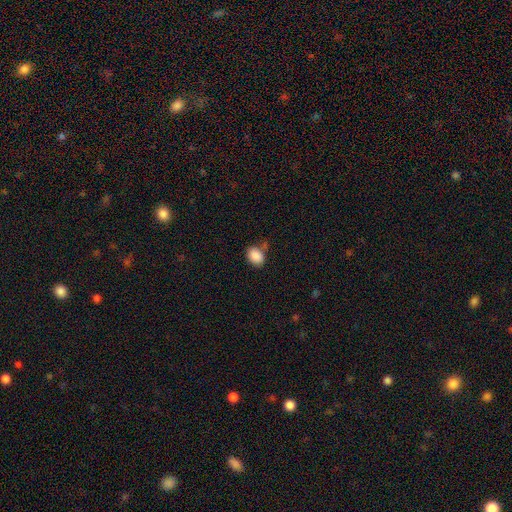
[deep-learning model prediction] A smooth galaxy with no disk features (88%) that is in between round and cigar-shaped (72%).

Vote fractions:
- Smooth or featured? smooth: 88% / star or artifact: 8% / featured or disk: 4%
- How rounded? in between: 72% / round: 27% / cigar-shaped: 1%
- Merging? none: 66% / minor disturbance: 19% / merger: 9% / major disturbance: 6%